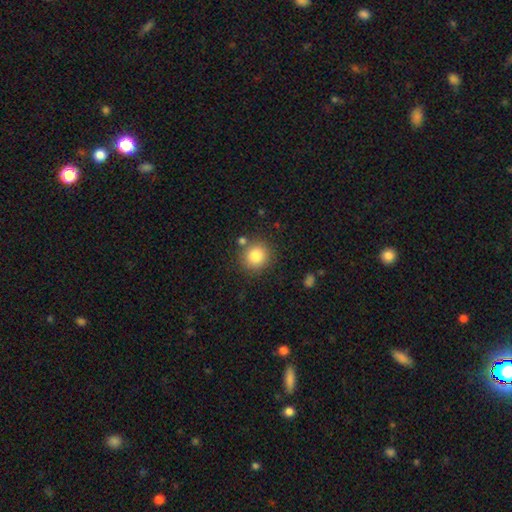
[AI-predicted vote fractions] Morphology: type=smooth (83%); roundness=round (90%); merging=none (81%).